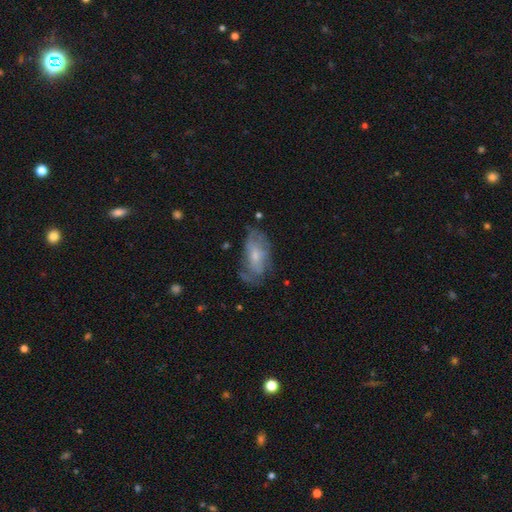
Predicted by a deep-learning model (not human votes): smooth_or_featured: featured or disk (p=0.49) [alt: smooth p=0.43]
merging: none (p=0.53) [alt: minor disturbance p=0.28]